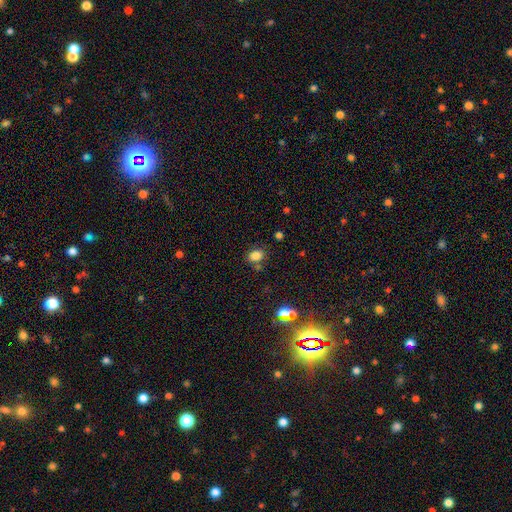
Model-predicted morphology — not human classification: Smooth or featured: smooth — 81% (star or artifact — 13%)
How rounded: in between — 60% (round — 39%)
Merging: none — 71% (minor disturbance — 14%)